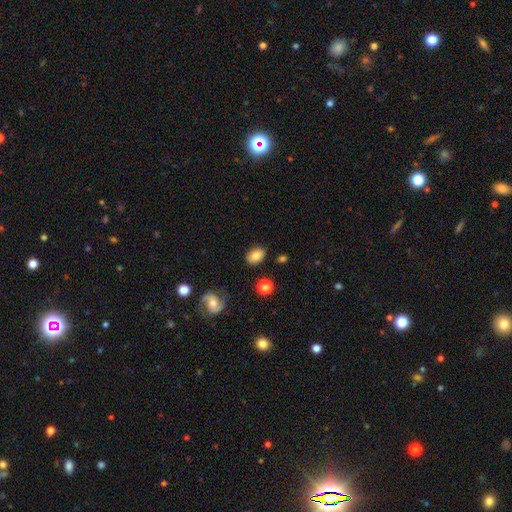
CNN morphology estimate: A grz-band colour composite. It shows a smooth galaxy with no disk features (78%) that is in between round and cigar-shaped (79%). Merging: none (84%).